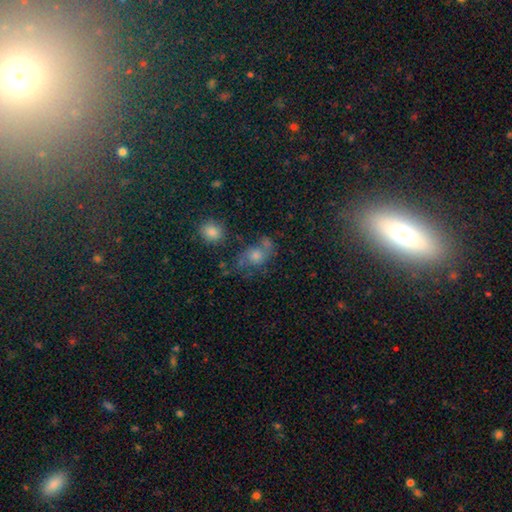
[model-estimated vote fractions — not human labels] Overall: smooth (42%; featured or disk 35%). Merging: none (49%; minor disturbance 20%).